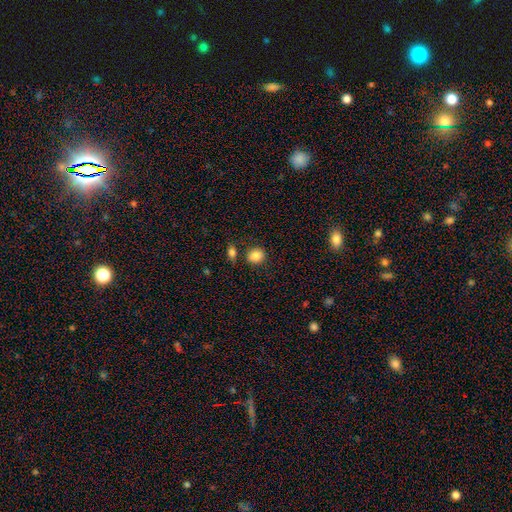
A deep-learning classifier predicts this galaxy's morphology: A smooth galaxy with no disk features (86%) that is round (75%). Merging: none (80%).